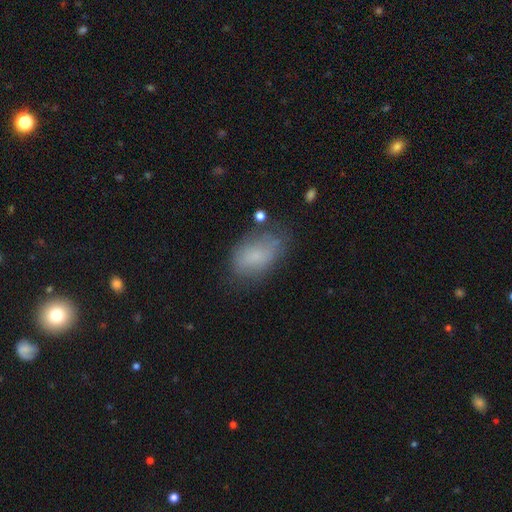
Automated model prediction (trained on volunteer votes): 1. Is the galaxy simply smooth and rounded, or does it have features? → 75% smooth, 15% featured or disk, 10% star or artifact.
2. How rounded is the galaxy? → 88% in between, 10% round, 2% cigar-shaped.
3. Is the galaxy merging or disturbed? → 56% none, 28% minor disturbance, 12% major disturbance, 4% merger.